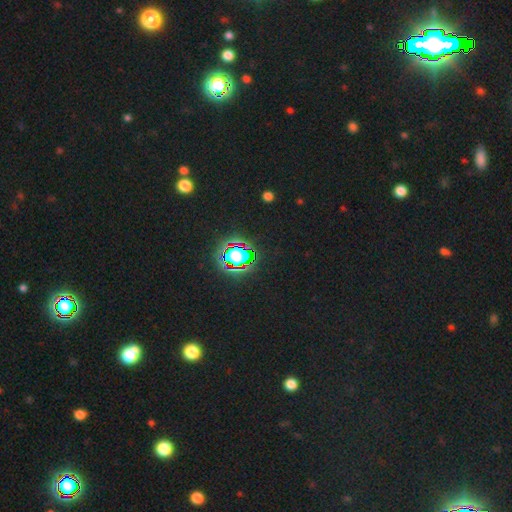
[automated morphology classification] This appears to be a star or artifact, not a galaxy (80%).